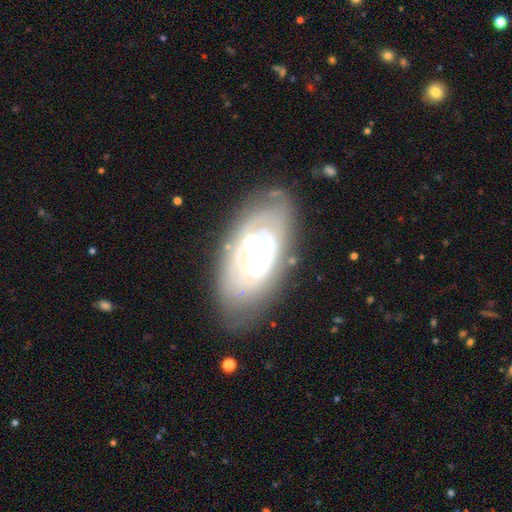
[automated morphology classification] Smooth or featured? Predicted: featured or disk (p=0.79). Edge-on disk? Predicted: no (p=0.92). Bar? Predicted: no (p=0.37). Spiral arms? Predicted: yes (p=0.70). Spiral winding? Predicted: tight (p=0.70). Spiral arm count? Predicted: can't tell (p=0.52). Bulge size? Predicted: moderate (p=0.54). Merging? Predicted: none (p=0.70).